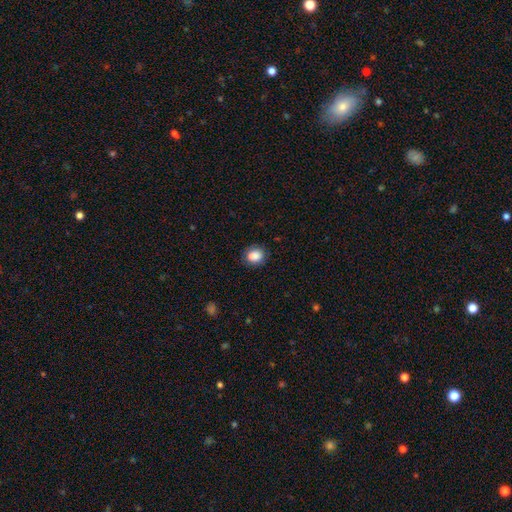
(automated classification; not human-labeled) Smooth or featured?
  - smooth: 86% *
  - star or artifact: 9%
  - featured or disk: 5%
How rounded?
  - round: 60% *
  - in between: 39%
  - cigar-shaped: 1%
Merging?
  - none: 80% *
  - minor disturbance: 15%
  - major disturbance: 4%
  - merger: 2%